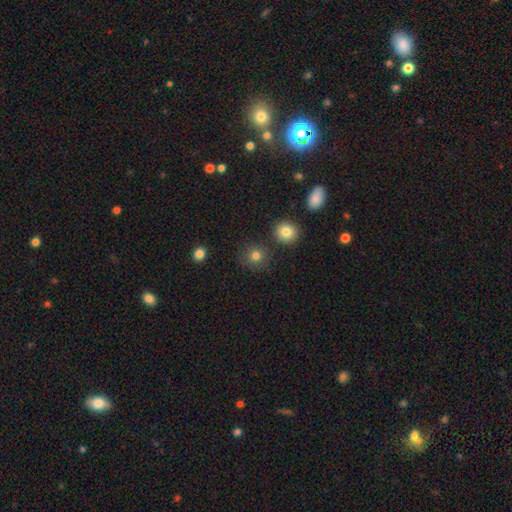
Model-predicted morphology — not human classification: smooth 79%, star or artifact 14%, featured or disk 7%. Down the decision tree: how rounded — round (91%); merging — none (83%).